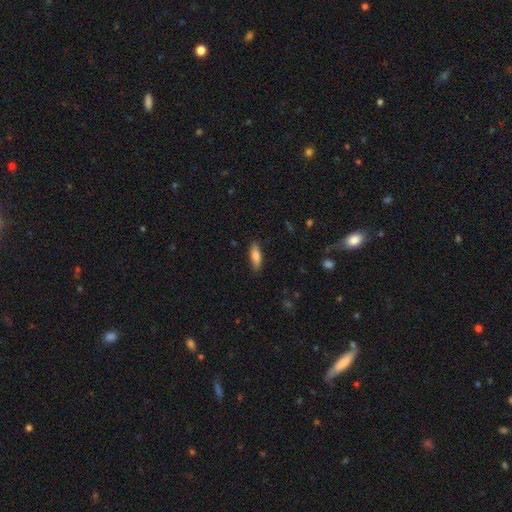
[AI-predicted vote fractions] Smooth or featured? Predicted: smooth (p=0.83). How rounded? Predicted: in between (p=0.63). Merging? Predicted: none (p=0.84).